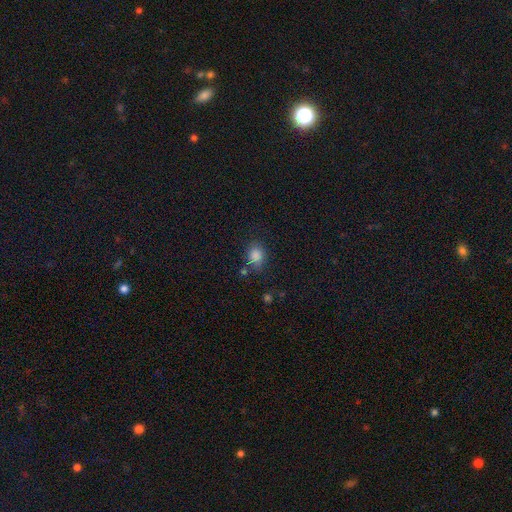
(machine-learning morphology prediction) type=smooth (84%); roundness=round (51%); merging=none (70%).